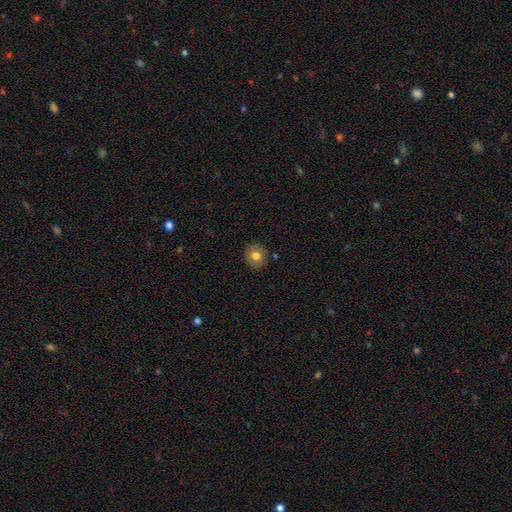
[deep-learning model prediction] The model was most divided on "smooth or featured": smooth: 76%, featured or disk: 15%, star or artifact: 10%. More confident: merging — none (87%); how rounded — round (83%).